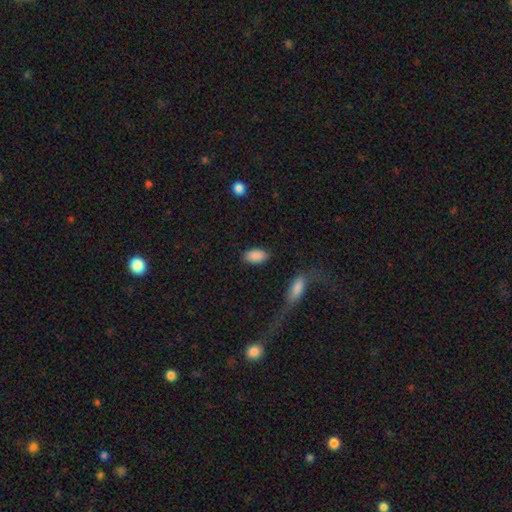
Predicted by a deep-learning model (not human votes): Smooth or featured? smooth (89%)
How rounded? in between (93%)
Merging? none (81%)